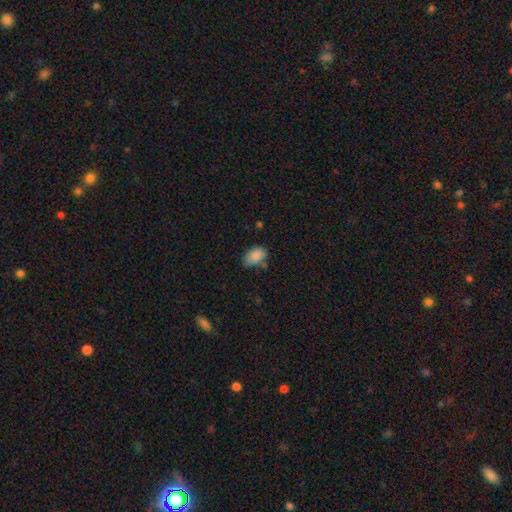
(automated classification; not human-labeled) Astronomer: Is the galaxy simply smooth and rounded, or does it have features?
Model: smooth — 86%.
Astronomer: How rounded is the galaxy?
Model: in between — 87%.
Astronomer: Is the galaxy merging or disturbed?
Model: none — 60%.